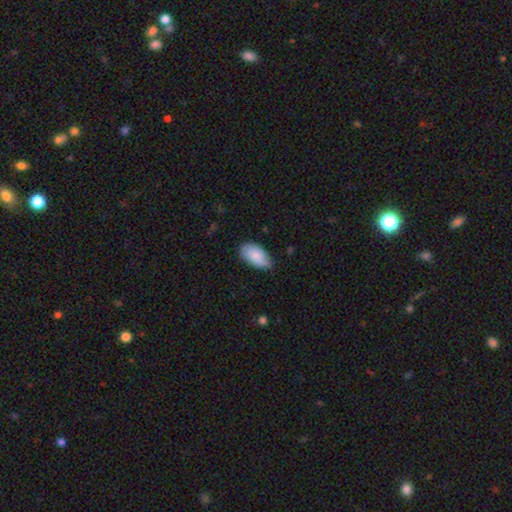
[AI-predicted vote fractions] Overall: smooth (83%). How rounded: in between (95%). Merging: none (66%; minor disturbance 29%).